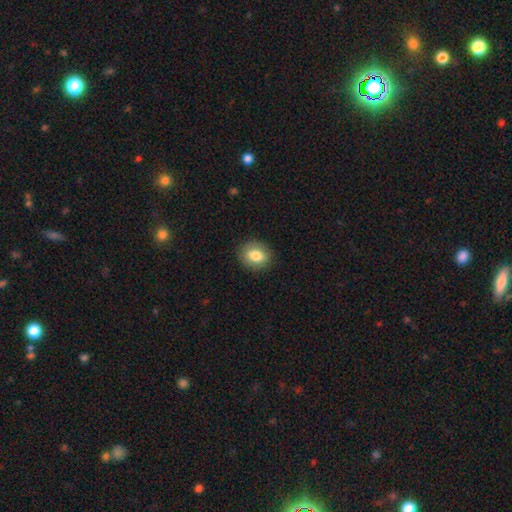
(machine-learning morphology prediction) Overall: smooth (80%). How rounded: in between (52%; round 47%). Merging: none (87%).